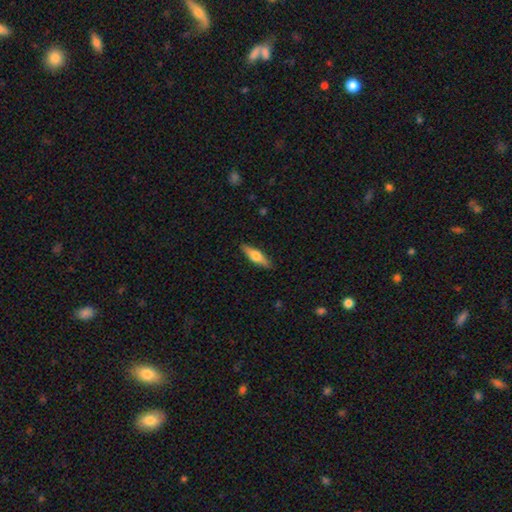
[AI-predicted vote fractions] Q: Smooth or featured?
A: smooth (49%); runner-up: featured or disk (45%)
Q: Merging?
A: none (89%); runner-up: minor disturbance (8%)